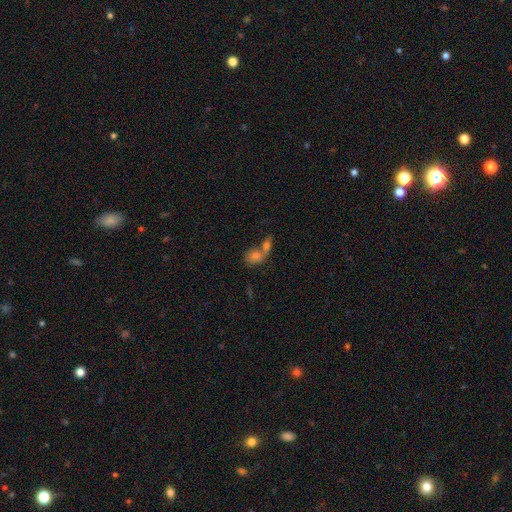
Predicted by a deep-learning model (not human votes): Smooth or featured?
  - smooth: 68% *
  - featured or disk: 19%
  - star or artifact: 13%
How rounded?
  - in between: 58% *
  - round: 39%
  - cigar-shaped: 3%
Merging?
  - merger: 63% *
  - none: 25%
  - minor disturbance: 7%
  - major disturbance: 5%